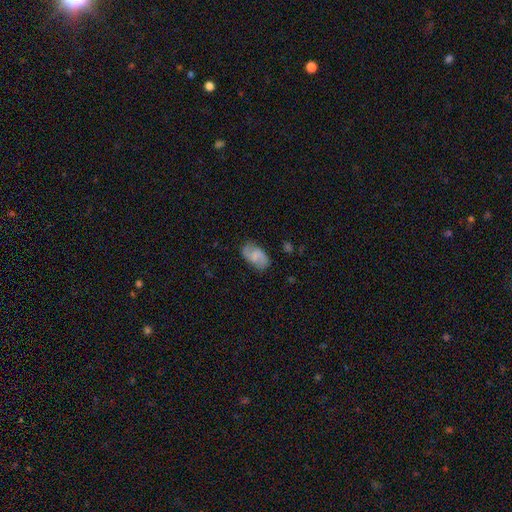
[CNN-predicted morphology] smooth 47%, featured or disk 45%, star or artifact 8%. Down the decision tree: merging — none (76%).